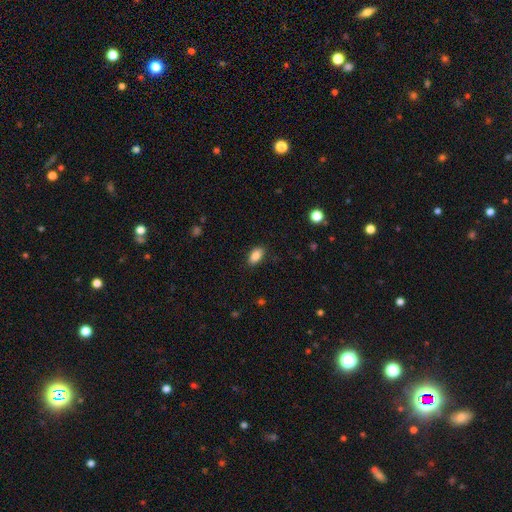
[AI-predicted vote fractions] smooth_or_featured: smooth (p=0.86) [alt: star or artifact p=0.08]
how_rounded: in between (p=0.91) [alt: round p=0.06]
merging: none (p=0.87) [alt: minor disturbance p=0.10]